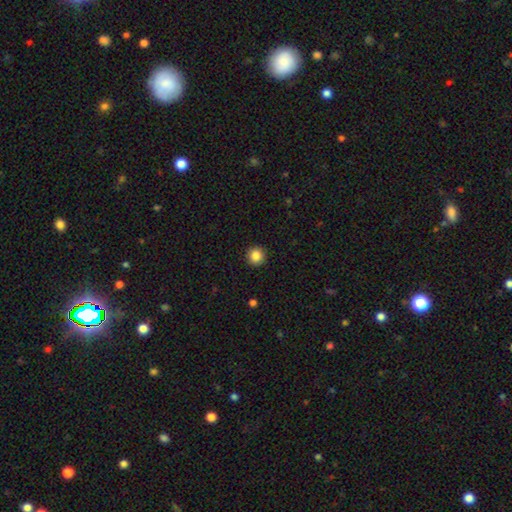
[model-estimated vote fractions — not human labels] A smooth galaxy with no disk features (86%) that is round (95%).

Vote fractions:
- Smooth or featured? smooth: 86% / star or artifact: 10% / featured or disk: 4%
- How rounded? round: 95% / in between: 4% / cigar-shaped: 1%
- Merging? none: 93% / minor disturbance: 5% / major disturbance: 2% / merger: 1%